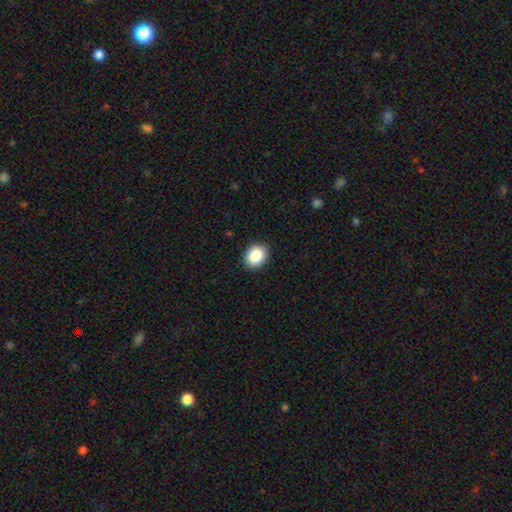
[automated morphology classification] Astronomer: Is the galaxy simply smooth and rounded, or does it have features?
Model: smooth — 87%.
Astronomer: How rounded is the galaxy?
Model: round — 54% (runner-up: in between, 45%).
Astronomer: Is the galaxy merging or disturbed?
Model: none — 91%.